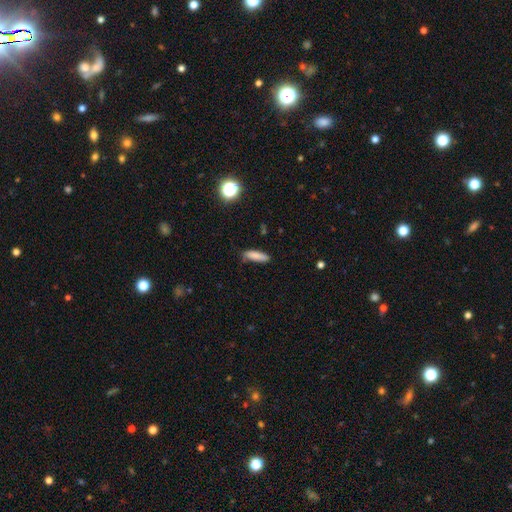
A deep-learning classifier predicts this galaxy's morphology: Smooth or featured: smooth — 83% (star or artifact — 9%)
How rounded: cigar-shaped — 62% (in between — 36%)
Merging: none — 75% (minor disturbance — 19%)